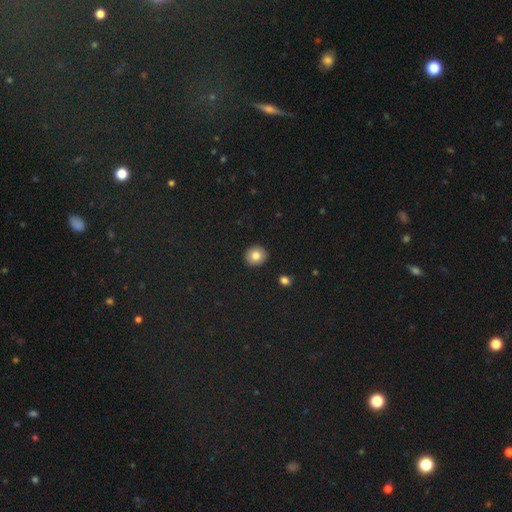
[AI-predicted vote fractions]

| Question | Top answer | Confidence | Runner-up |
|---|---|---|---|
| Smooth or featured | smooth | 81% | featured or disk (9%) |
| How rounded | round | 89% | in between (10%) |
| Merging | none | 91% | minor disturbance (6%) |